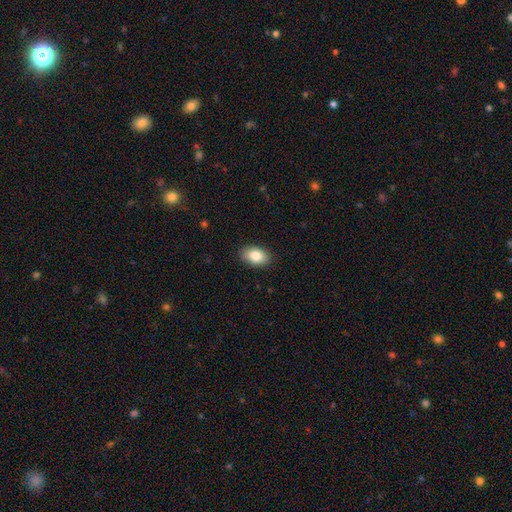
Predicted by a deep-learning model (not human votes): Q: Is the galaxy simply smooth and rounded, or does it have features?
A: smooth — 84%.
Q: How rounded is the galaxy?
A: in between — 89%.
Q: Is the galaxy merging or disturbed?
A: none — 88%.